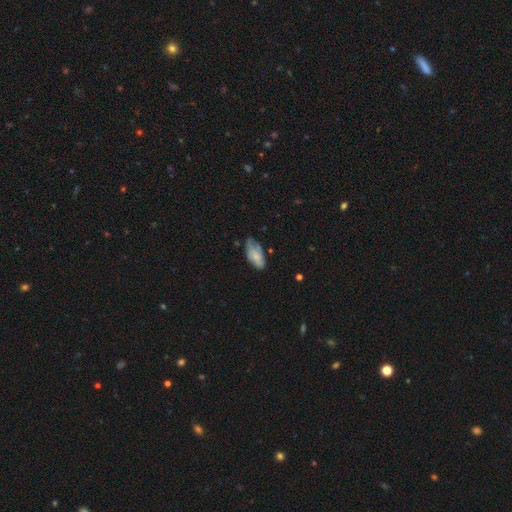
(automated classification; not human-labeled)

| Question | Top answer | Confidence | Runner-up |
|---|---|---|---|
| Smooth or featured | smooth | 67% | featured or disk (26%) |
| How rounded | in between | 91% | cigar-shaped (7%) |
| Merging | none | 48% | minor disturbance (38%) |